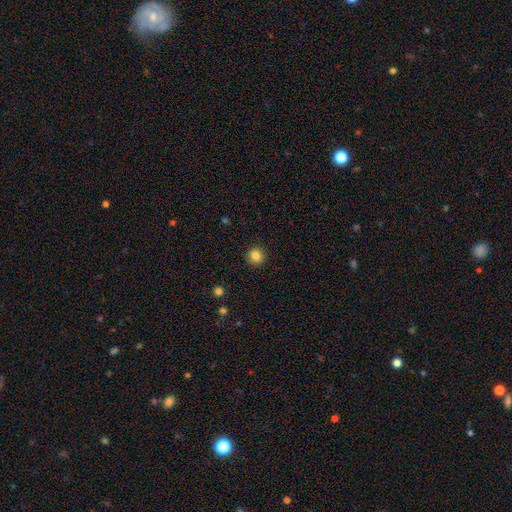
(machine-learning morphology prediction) Smooth or featured: smooth — 85% (star or artifact — 11%)
How rounded: round — 87% (in between — 12%)
Merging: none — 91% (minor disturbance — 6%)